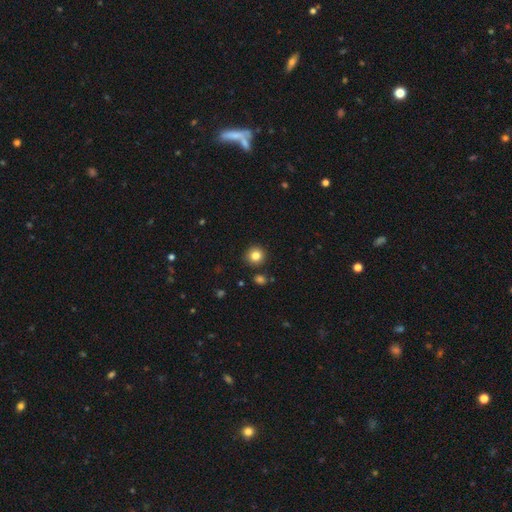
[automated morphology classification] This is clearly a smooth galaxy (83%). How rounded: clearly round (93%). Merging: clearly none (89%).